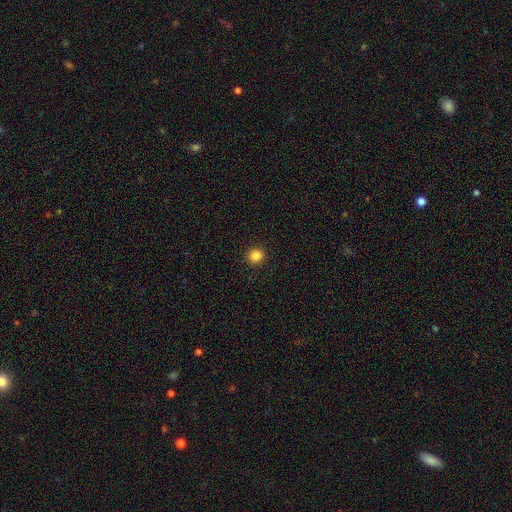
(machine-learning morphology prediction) A smooth galaxy with no disk features (85%) that is round (93%).

Vote fractions:
- Smooth or featured? smooth: 85% / star or artifact: 12% / featured or disk: 3%
- How rounded? round: 93% / in between: 6% / cigar-shaped: 1%
- Merging? none: 93% / minor disturbance: 4% / major disturbance: 2% / merger: 1%